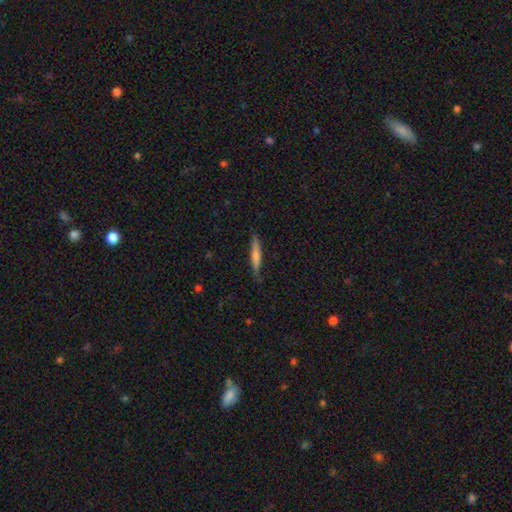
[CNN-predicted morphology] Smooth or featured? Predicted: smooth (p=0.48). Merging? Predicted: none (p=0.82).